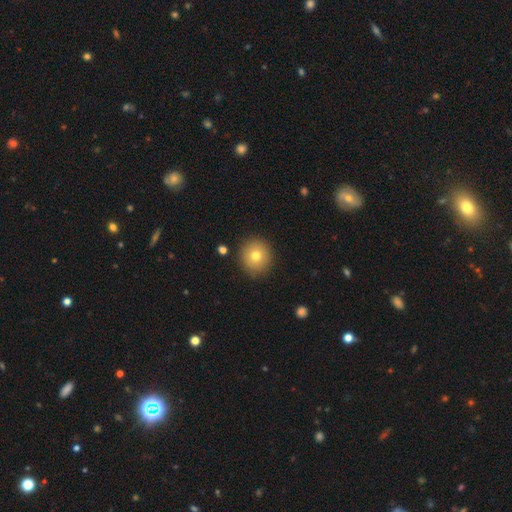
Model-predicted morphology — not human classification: smooth 76%, featured or disk 12%, star or artifact 11%. Down the decision tree: how rounded — round (92%); merging — none (89%).